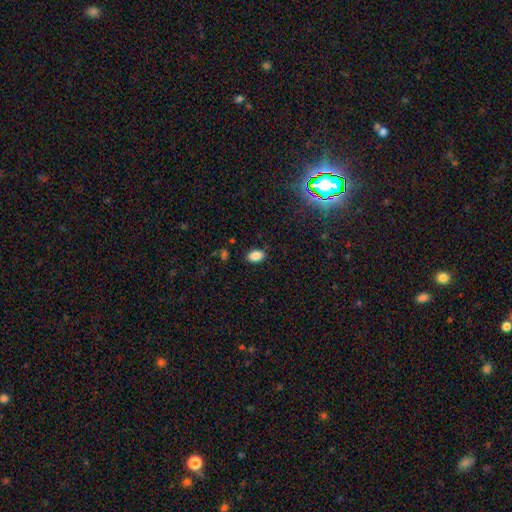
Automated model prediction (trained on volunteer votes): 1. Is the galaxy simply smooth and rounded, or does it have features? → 86% smooth, 10% star or artifact, 4% featured or disk.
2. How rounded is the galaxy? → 88% in between, 10% round, 1% cigar-shaped.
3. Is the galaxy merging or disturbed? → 85% none, 11% minor disturbance, 3% major disturbance, 1% merger.